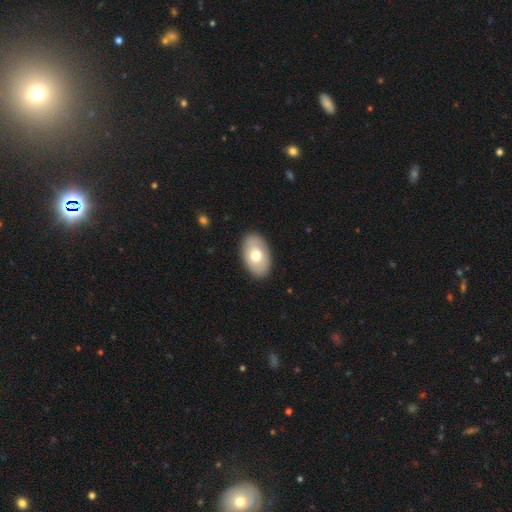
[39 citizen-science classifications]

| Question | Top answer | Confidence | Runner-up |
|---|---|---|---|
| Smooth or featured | smooth | 69% | featured or disk (28%) |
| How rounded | in between | 78% | round (22%) |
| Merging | none | 92% | minor disturbance (5%) |